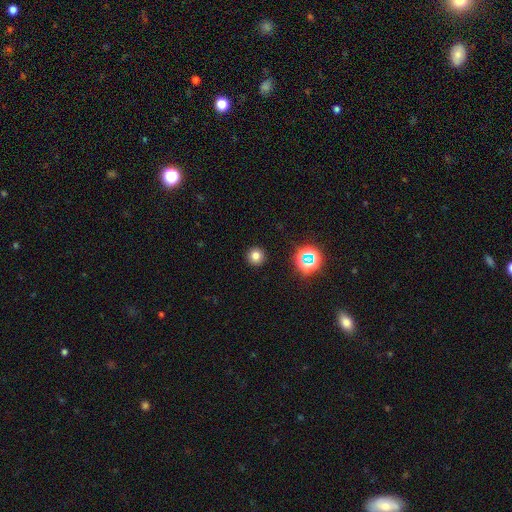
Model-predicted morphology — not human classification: This appears to be a smooth galaxy with no disk features (75%) that is round (95%). Merging: none (92%).